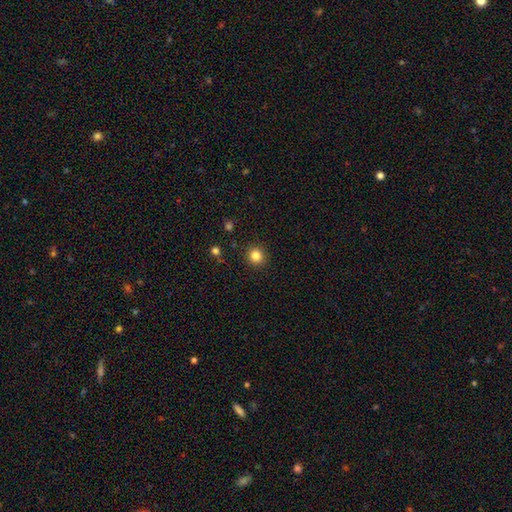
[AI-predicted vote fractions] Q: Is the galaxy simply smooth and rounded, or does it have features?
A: smooth — 83%.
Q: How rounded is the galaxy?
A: round — 93%.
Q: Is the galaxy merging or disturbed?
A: none — 92%.